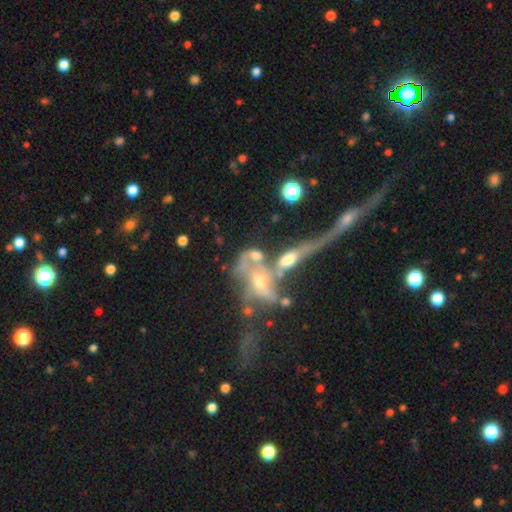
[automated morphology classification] Q: Smooth or featured?
A: featured or disk (52%); runner-up: smooth (33%)
Q: Edge-on disk?
A: no (83%); runner-up: yes (17%)
Q: Merging?
A: merger (62%); runner-up: major disturbance (16%)